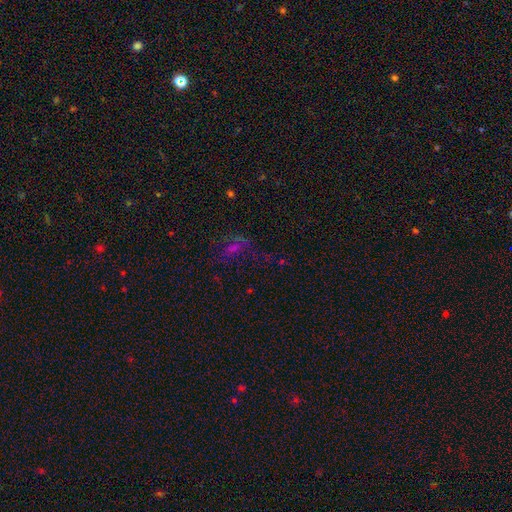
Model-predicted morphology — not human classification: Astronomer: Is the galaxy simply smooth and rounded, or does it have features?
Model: star or artifact — 44% (runner-up: smooth, 29%).